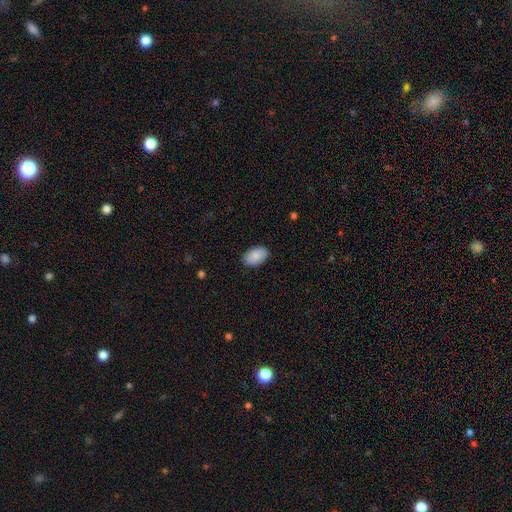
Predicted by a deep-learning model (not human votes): Smooth or featured? Predicted: smooth (p=0.88). How rounded? Predicted: in between (p=0.91). Merging? Predicted: none (p=0.88).